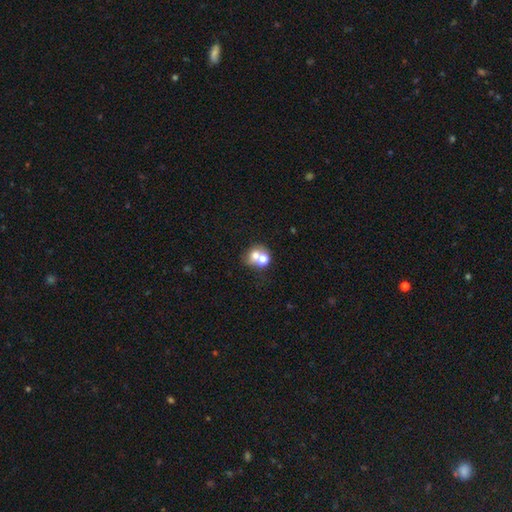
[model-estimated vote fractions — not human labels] A smooth galaxy with no disk features (64%) that is round (65%).

Vote fractions:
- Smooth or featured? smooth: 64% / featured or disk: 21% / star or artifact: 15%
- How rounded? round: 65% / in between: 34% / cigar-shaped: 1%
- Merging? merger: 53% / none: 34% / minor disturbance: 8% / major disturbance: 5%